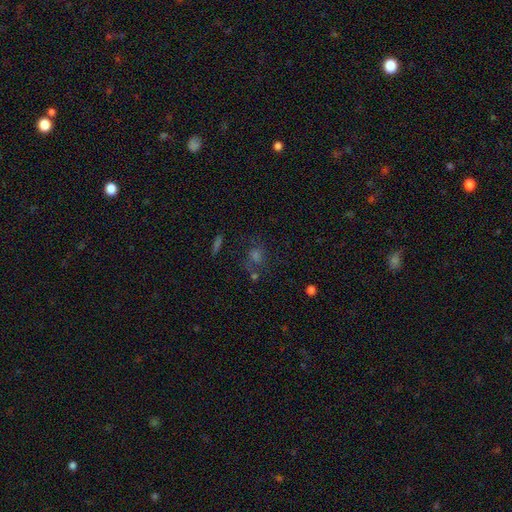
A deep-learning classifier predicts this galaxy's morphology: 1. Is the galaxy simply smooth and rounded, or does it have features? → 39% star or artifact, 37% smooth, 23% featured or disk.